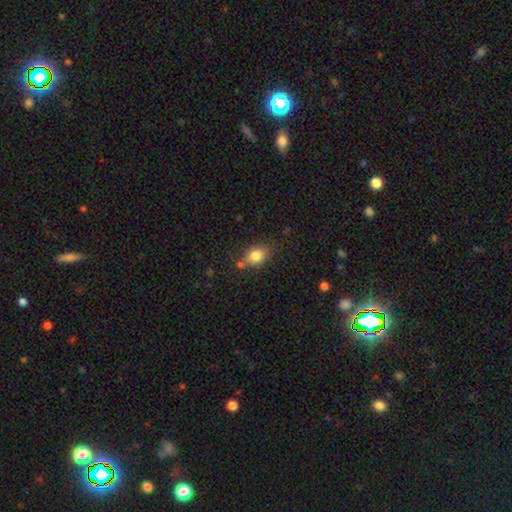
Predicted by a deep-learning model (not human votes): Morphology: type=smooth (82%); roundness=in between (72%); merging=none (71%).